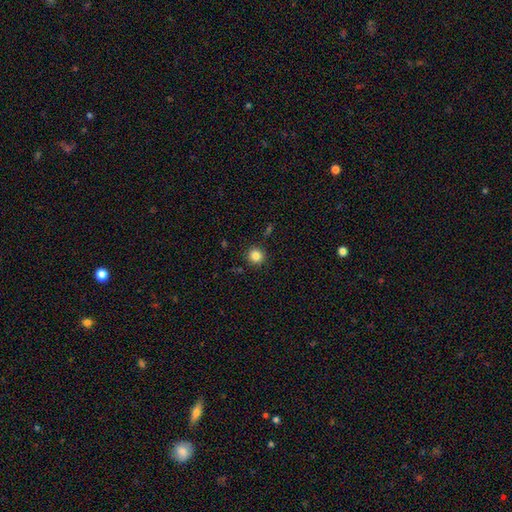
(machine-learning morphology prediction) smooth-or-featured: smooth: 84% | star or artifact: 11% | featured or disk: 5%
  how-rounded: round: 93% | in between: 6% | cigar-shaped: 1%
  merging: none: 89% | minor disturbance: 7% | major disturbance: 2% | merger: 2%